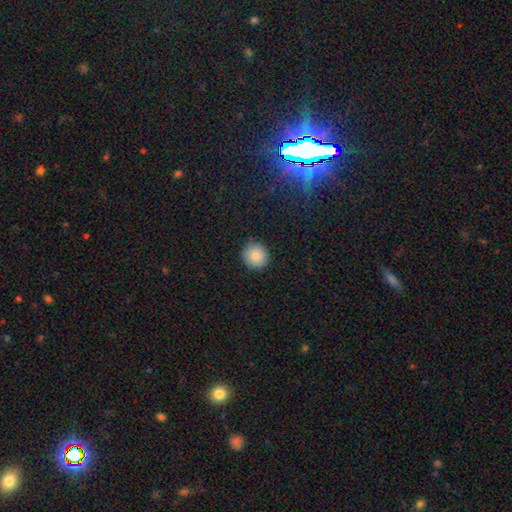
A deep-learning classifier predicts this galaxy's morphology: A smooth galaxy with no disk features (85%) that is round (92%).

Vote fractions:
- Smooth or featured? smooth: 85% / star or artifact: 9% / featured or disk: 6%
- How rounded? round: 92% / in between: 7% / cigar-shaped: 1%
- Merging? none: 89% / minor disturbance: 8% / major disturbance: 2% / merger: 1%